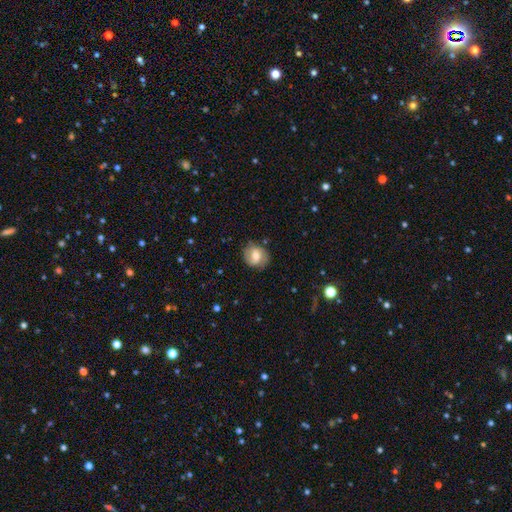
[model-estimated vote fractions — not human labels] Morphology: type=smooth (51%); roundness=round (76%); merging=none (79%).